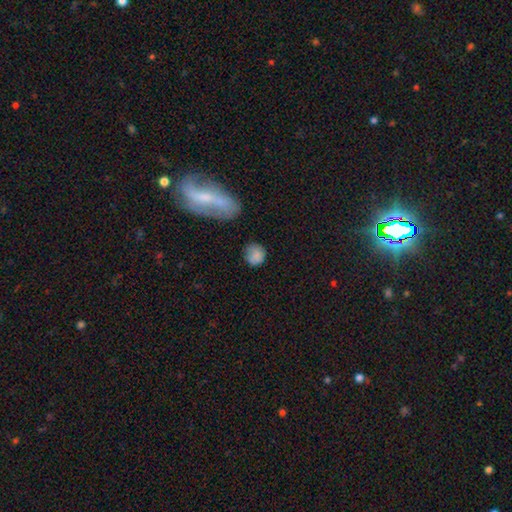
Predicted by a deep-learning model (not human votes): A smooth galaxy with no disk features (82%) that is round (82%). Merging: none (68%).